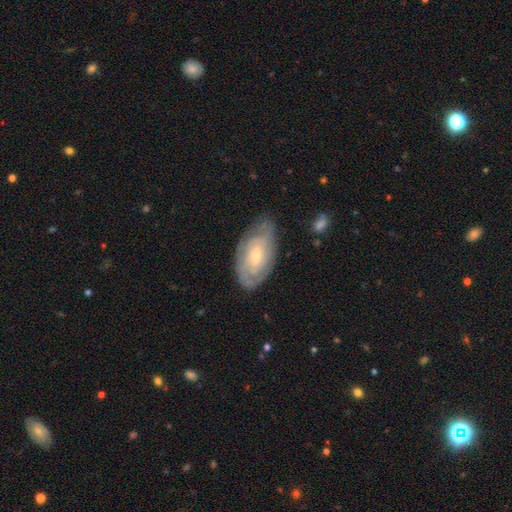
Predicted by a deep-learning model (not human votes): smooth_or_featured: featured or disk (p=0.71) [alt: smooth p=0.23]
disk_edge_on: no (p=0.94) [alt: yes p=0.06]
bar: no (p=0.57) [alt: weak p=0.36]
has_spiral_arms: yes (p=0.88) [alt: no p=0.12]
spiral_winding: tight (p=0.68) [alt: medium p=0.25]
spiral_arm_count: can't tell (p=0.45) [alt: 2 p=0.31]
bulge_size: small (p=0.64) [alt: moderate p=0.30]
merging: none (p=0.73) [alt: minor disturbance p=0.20]